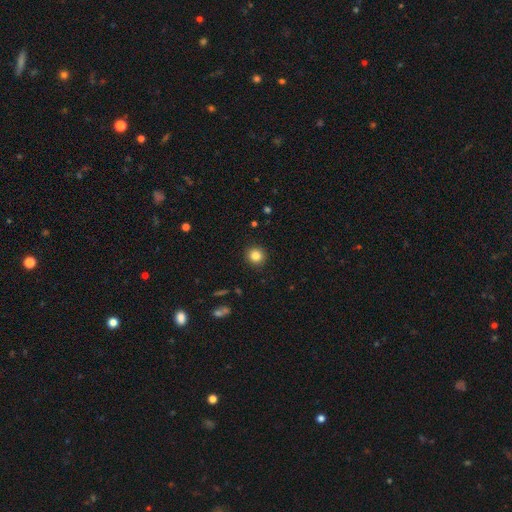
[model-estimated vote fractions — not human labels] smooth-or-featured: smooth: 84% | star or artifact: 11% | featured or disk: 5%
  how-rounded: round: 92% | in between: 7% | cigar-shaped: 1%
  merging: none: 92% | minor disturbance: 5% | major disturbance: 2% | merger: 1%